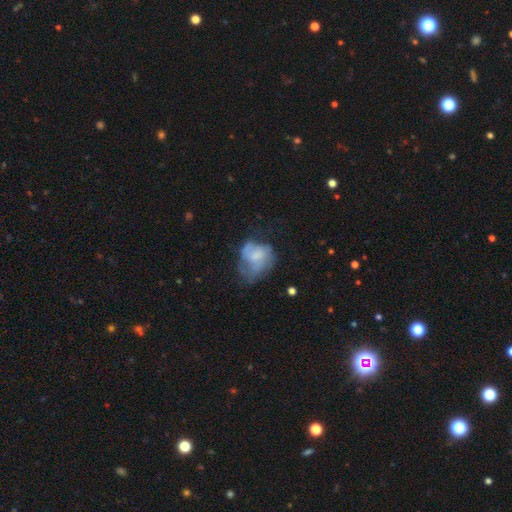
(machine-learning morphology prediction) A smooth galaxy with no disk features (52%) that is in between round and cigar-shaped (55%). Merging: major disturbance (38%).